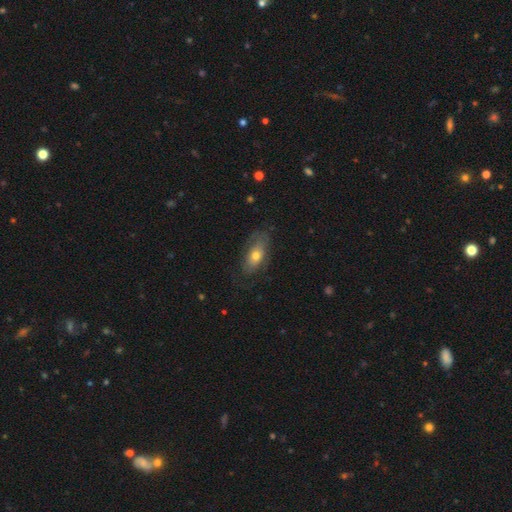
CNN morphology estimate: type=smooth (53%); roundness=in between (85%); merging=none (68%).